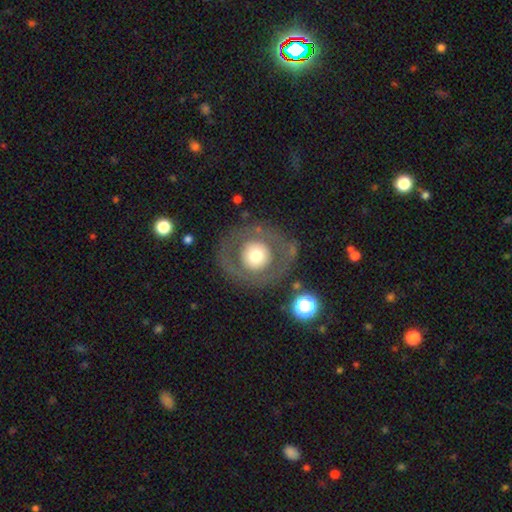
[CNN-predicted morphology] A smooth galaxy with no disk features (50%) that is round (92%). Merging: none (79%).